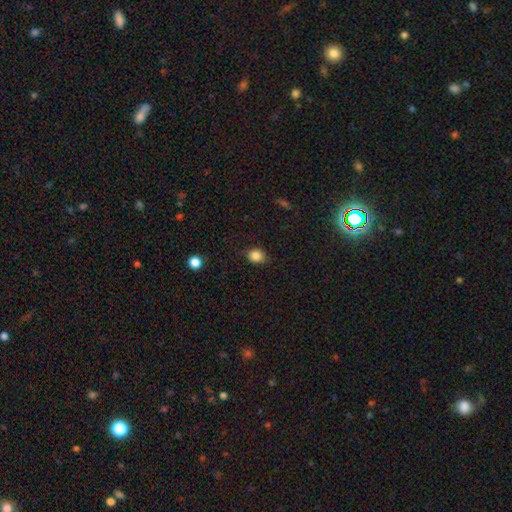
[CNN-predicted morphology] Overall: smooth (85%). How rounded: round (64%; in between 35%). Merging: none (79%).